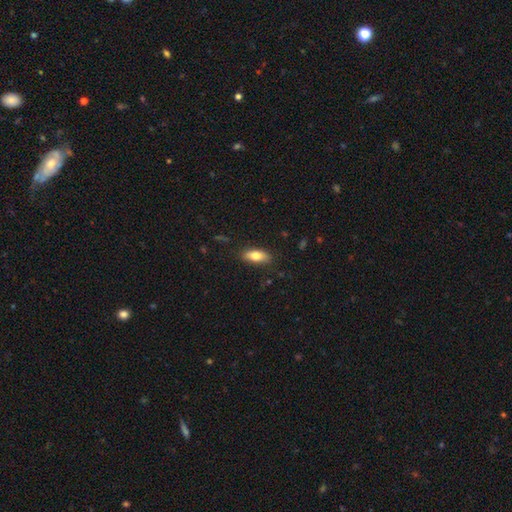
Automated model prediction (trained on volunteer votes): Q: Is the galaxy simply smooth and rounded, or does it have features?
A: smooth — 74%.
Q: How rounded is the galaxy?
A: in between — 76%.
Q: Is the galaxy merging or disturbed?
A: none — 84%.